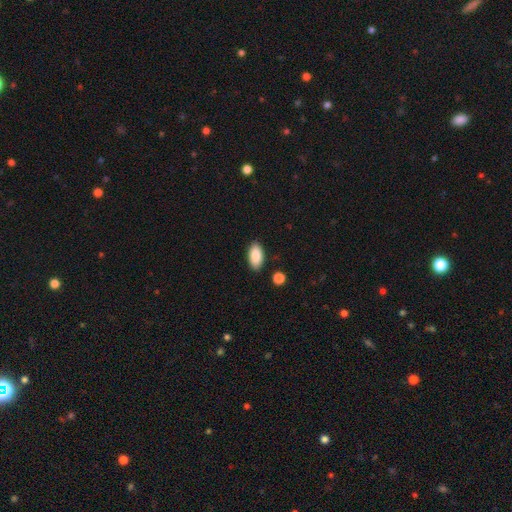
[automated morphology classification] type=smooth (88%); roundness=in between (93%); merging=none (87%).